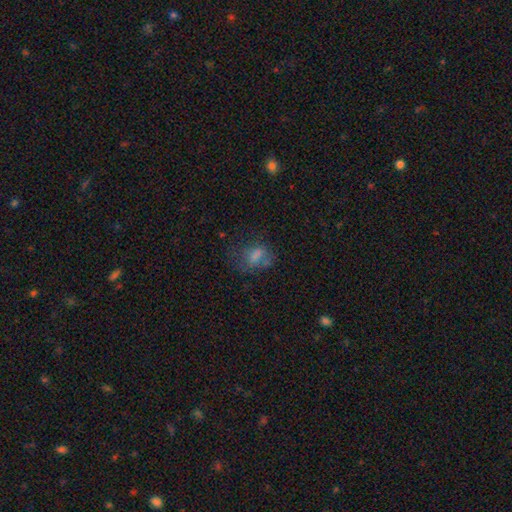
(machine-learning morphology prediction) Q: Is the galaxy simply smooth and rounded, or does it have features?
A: smooth — 64%.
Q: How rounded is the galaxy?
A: in between — 71%.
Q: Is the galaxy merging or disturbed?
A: none — 44%.